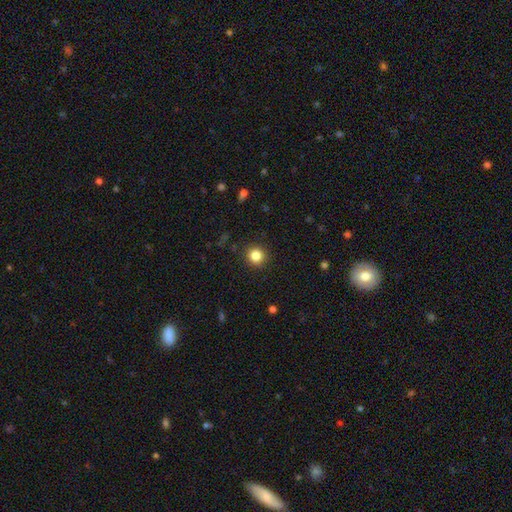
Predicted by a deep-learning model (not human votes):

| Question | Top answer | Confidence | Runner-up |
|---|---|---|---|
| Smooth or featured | smooth | 84% | star or artifact (11%) |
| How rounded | round | 92% | in between (7%) |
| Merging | none | 91% | minor disturbance (6%) |